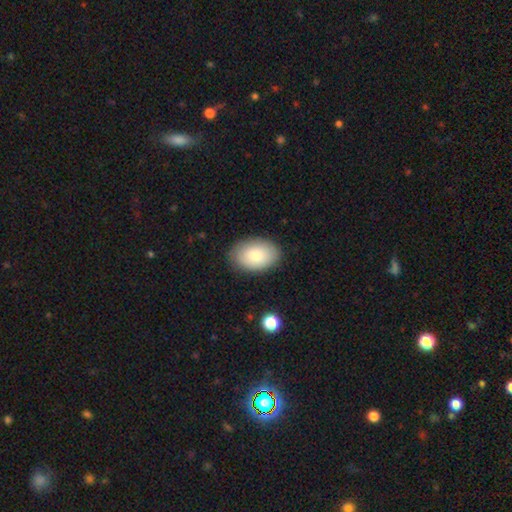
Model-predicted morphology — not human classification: A smooth galaxy with no disk features (85%) that is in between round and cigar-shaped (89%).

Vote fractions:
- Smooth or featured? smooth: 85% / featured or disk: 9% / star or artifact: 6%
- How rounded? in between: 89% / round: 10% / cigar-shaped: 1%
- Merging? none: 85% / minor disturbance: 11% / major disturbance: 3% / merger: 1%